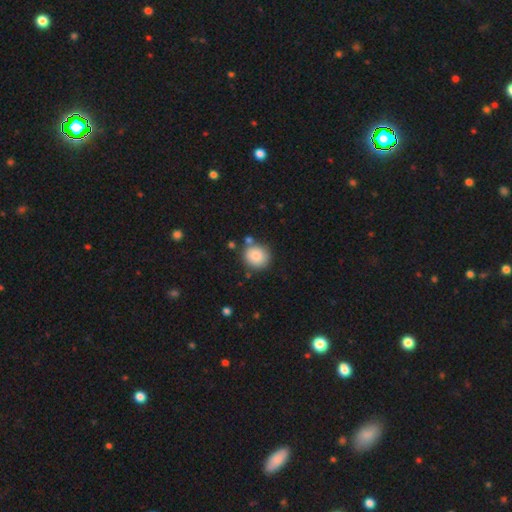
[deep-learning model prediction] smooth 84%, star or artifact 9%, featured or disk 7%. Down the decision tree: how rounded — round (86%); merging — none (78%).